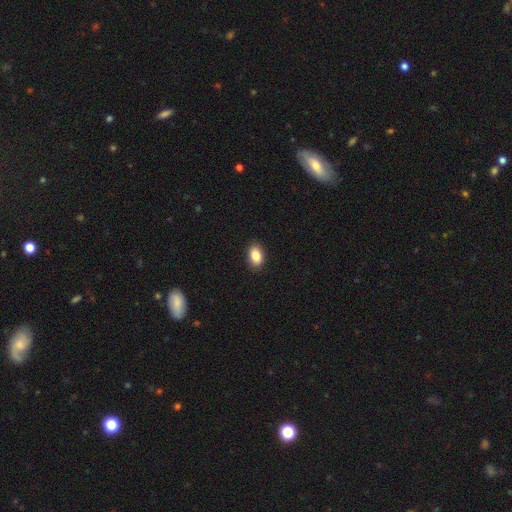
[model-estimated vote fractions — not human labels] Q: Smooth or featured?
A: smooth (87%); runner-up: star or artifact (8%)
Q: How rounded?
A: in between (90%); runner-up: round (8%)
Q: Merging?
A: none (89%); runner-up: minor disturbance (8%)